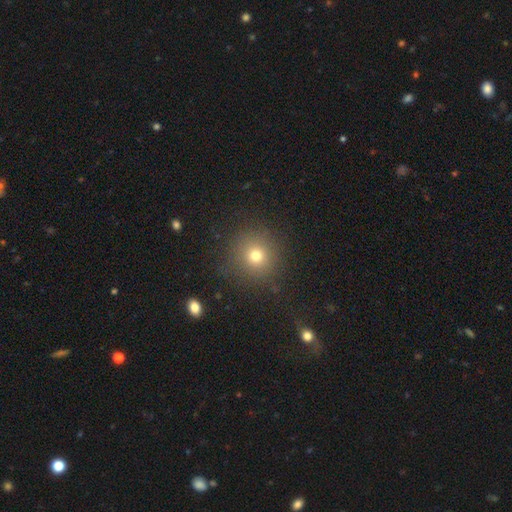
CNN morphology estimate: This appears to be a smooth galaxy with no disk features (72%) that is round (93%). Merging: none (86%).